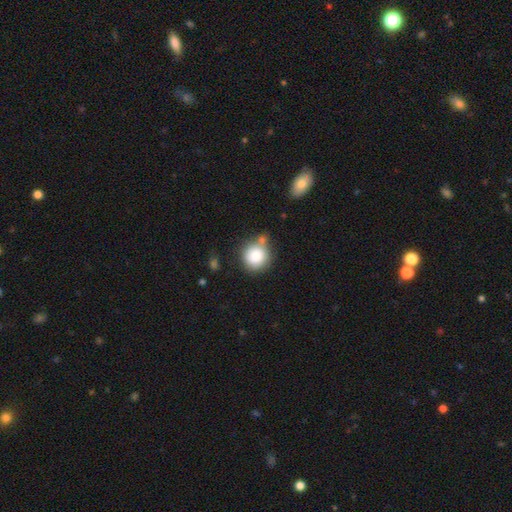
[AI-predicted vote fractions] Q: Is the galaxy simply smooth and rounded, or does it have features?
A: smooth — 83%.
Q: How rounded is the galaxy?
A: round — 90%.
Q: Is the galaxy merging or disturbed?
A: none — 60%.